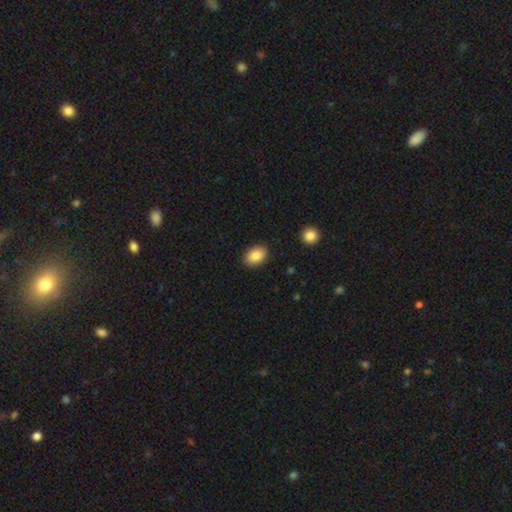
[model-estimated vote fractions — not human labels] The model was most divided on "how rounded": in between: 79%, round: 20%, cigar-shaped: 1%. More confident: merging — none (89%); smooth or featured — smooth (86%).